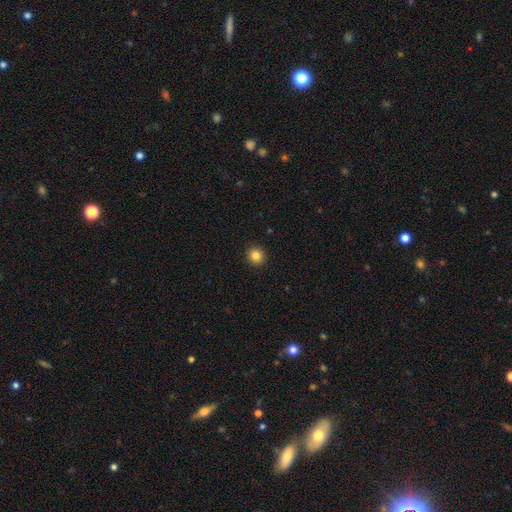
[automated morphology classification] Smooth or featured: smooth — 84% (star or artifact — 11%)
How rounded: round — 93% (in between — 6%)
Merging: none — 93% (minor disturbance — 4%)